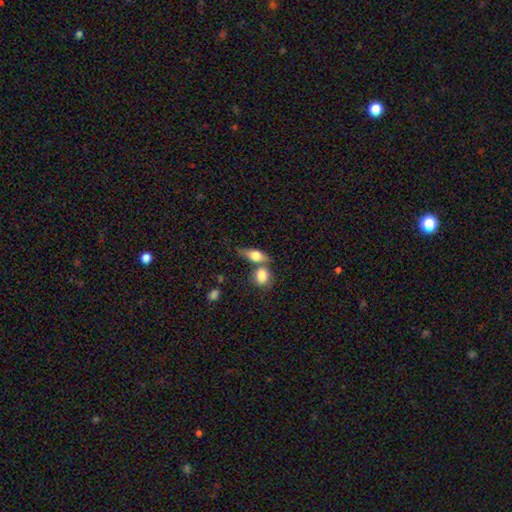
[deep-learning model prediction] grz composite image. It shows a smooth galaxy with no disk features (72%) that is in between round and cigar-shaped (67%). Merging: merger (45%).